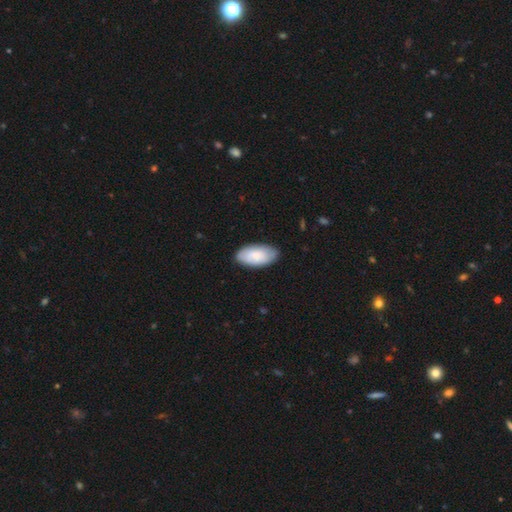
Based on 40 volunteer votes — Smooth or featured?
  - smooth: 72% *
  - featured or disk: 28%
  - star or artifact: 0%
How rounded?
  - in between: 97% *
  - round: 3%
  - cigar-shaped: 0%
Merging?
  - none: 88% *
  - minor disturbance: 10%
  - major disturbance: 2%
  - merger: 0%